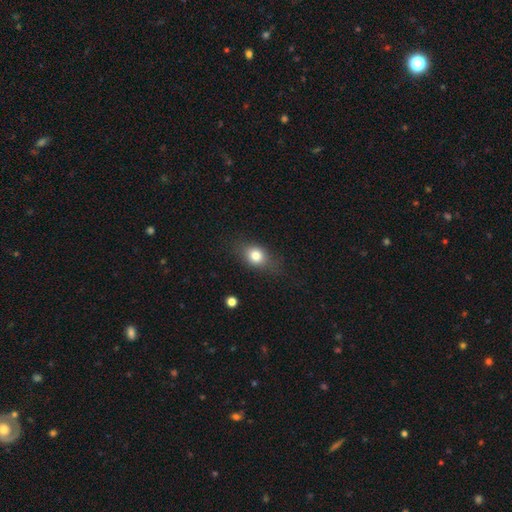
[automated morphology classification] Smooth or featured? smooth (78%)
How rounded? in between (56%)
Merging? none (72%)